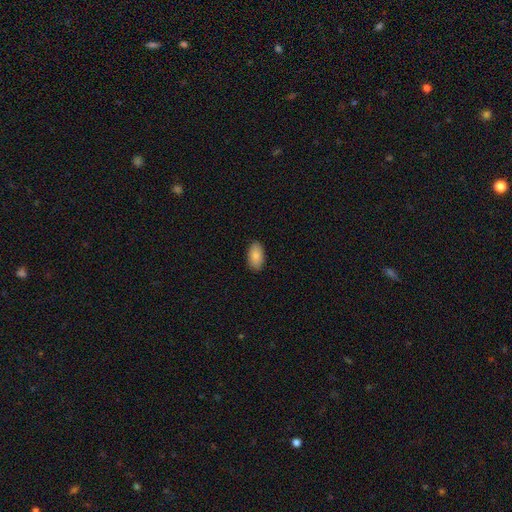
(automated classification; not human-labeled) This appears to be a smooth galaxy with no disk features (85%) that is in between round and cigar-shaped (94%). Merging: none (88%).